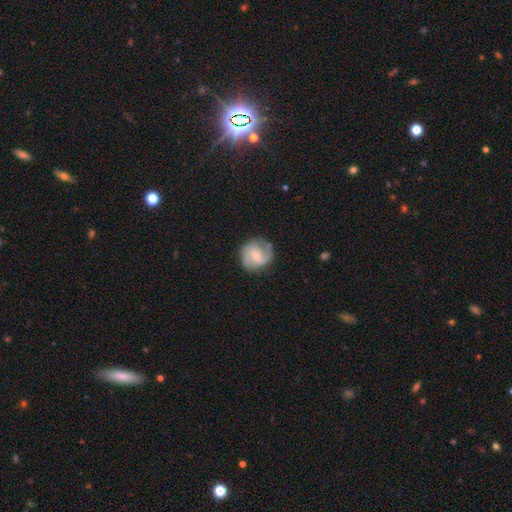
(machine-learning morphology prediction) Overall: featured or disk (78%). Edge-on disk: no (98%). Bar: no (59%; weak 35%). Spiral arms: yes (95%). Spiral arm count: 2 (67%). Spiral winding: medium (49%; tight 32%). Bulge size: small (56%; moderate 40%). Merging: none (76%).